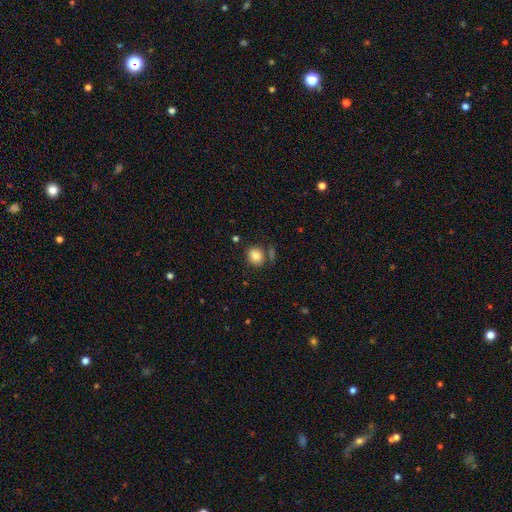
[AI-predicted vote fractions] smooth_or_featured: smooth (p=0.83) [alt: star or artifact p=0.09]
how_rounded: round (p=0.58) [alt: in between p=0.41]
merging: none (p=0.73) [alt: minor disturbance p=0.13]